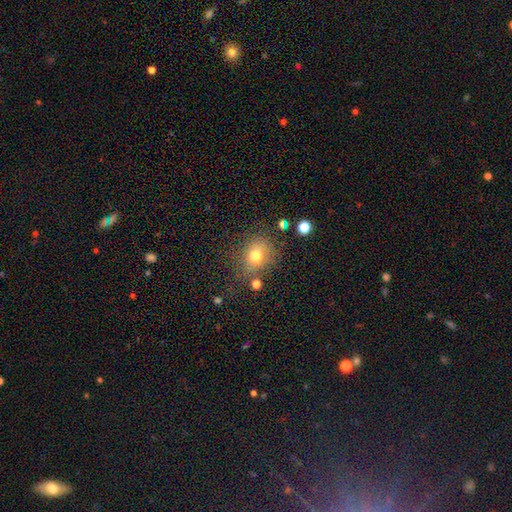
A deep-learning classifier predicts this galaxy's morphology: smooth 74%, star or artifact 14%, featured or disk 12%. Down the decision tree: how rounded — round (68%); merging — none (67%).